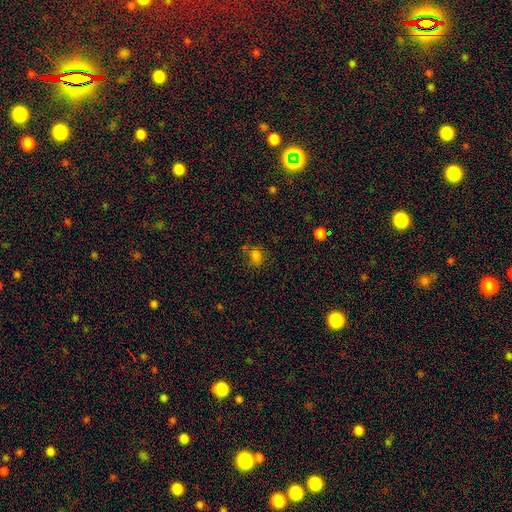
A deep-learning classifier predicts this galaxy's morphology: Overall: smooth (76%). How rounded: round (61%; in between 38%). Merging: none (63%).